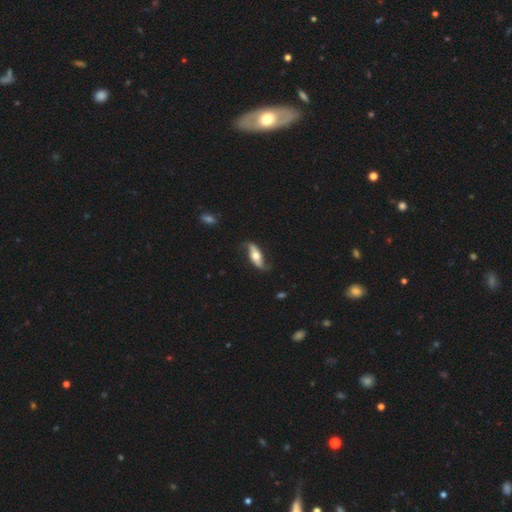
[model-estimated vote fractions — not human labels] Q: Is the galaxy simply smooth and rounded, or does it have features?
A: featured or disk — 67%.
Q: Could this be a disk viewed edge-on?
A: no — 74%.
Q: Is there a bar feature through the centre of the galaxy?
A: no — 59%.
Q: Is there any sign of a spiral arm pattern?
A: yes — 84%.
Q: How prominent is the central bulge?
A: moderate — 68%.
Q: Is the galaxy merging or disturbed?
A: none — 71%.